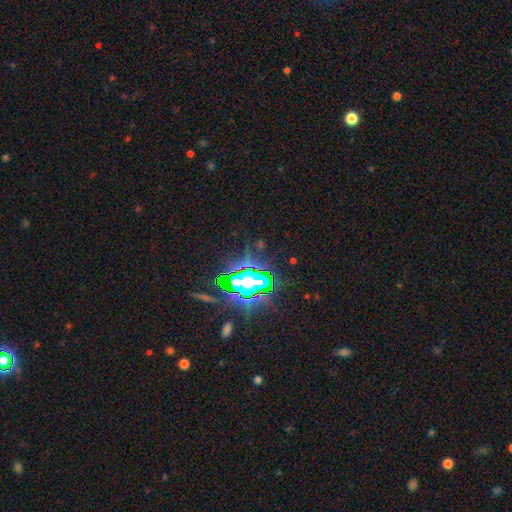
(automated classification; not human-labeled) Overall: star or artifact (84%).